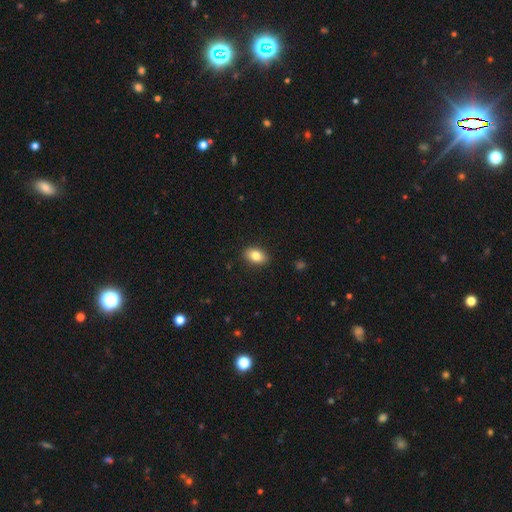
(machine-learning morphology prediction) Smooth or featured? smooth (83%)
How rounded? in between (86%)
Merging? none (89%)